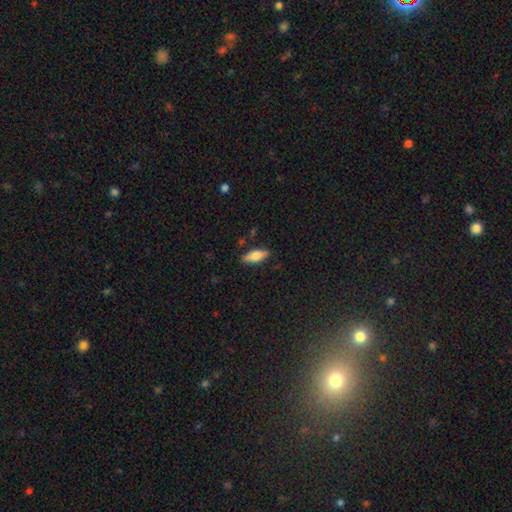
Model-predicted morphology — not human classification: Smooth or featured: smooth — 68% (featured or disk — 25%)
How rounded: in between — 68% (cigar-shaped — 30%)
Merging: none — 85% (minor disturbance — 11%)